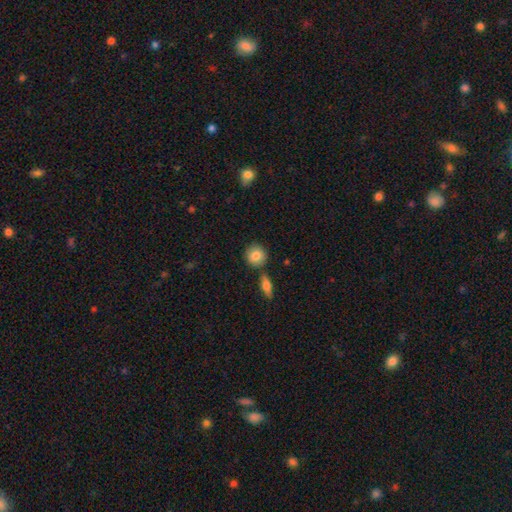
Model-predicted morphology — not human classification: A smooth galaxy with no disk features (82%) that is round (86%).

Vote fractions:
- Smooth or featured? smooth: 82% / featured or disk: 11% / star or artifact: 7%
- How rounded? round: 86% / in between: 12% / cigar-shaped: 2%
- Merging? none: 80% / merger: 9% / minor disturbance: 9% / major disturbance: 2%